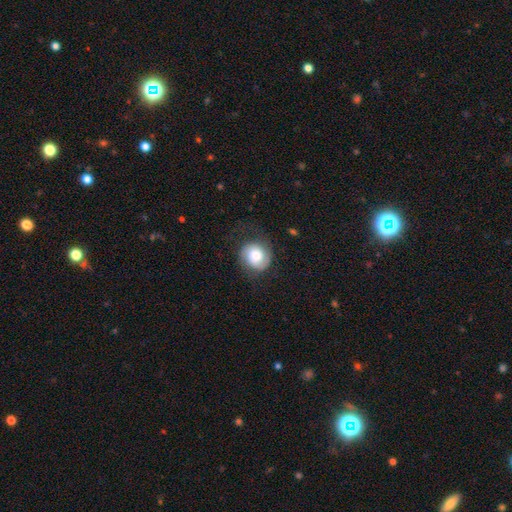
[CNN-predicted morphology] Smooth or featured? smooth (53%)
How rounded? round (77%)
Merging? none (63%)